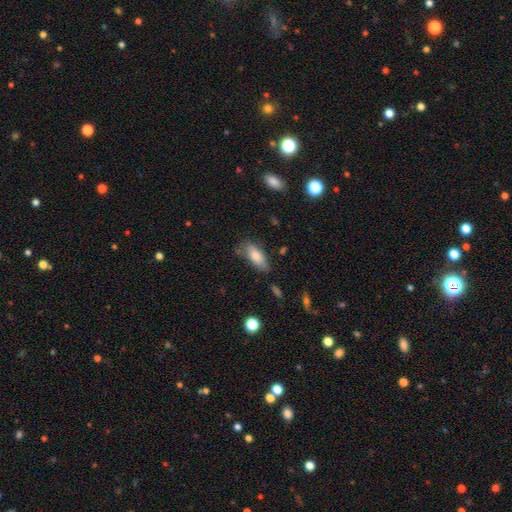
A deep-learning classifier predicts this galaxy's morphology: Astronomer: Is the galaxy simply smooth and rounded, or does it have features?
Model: smooth — 74%.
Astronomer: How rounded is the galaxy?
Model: in between — 79%.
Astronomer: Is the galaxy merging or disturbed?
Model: none — 68%.